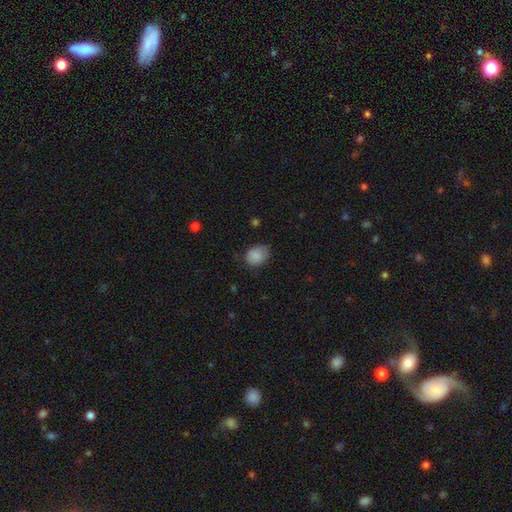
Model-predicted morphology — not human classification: This appears to be a smooth galaxy with no disk features (86%) that is in between round and cigar-shaped (67%). Merging: none (65%).